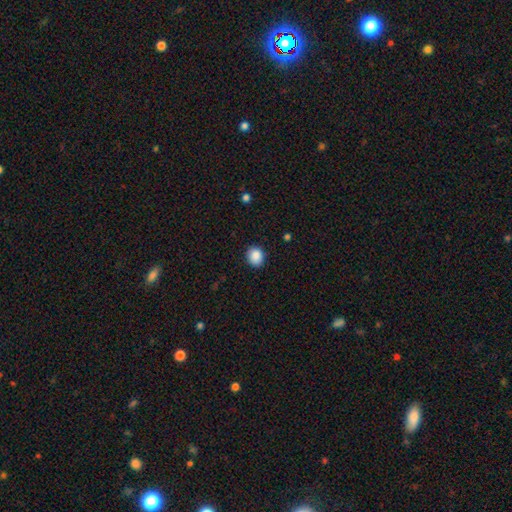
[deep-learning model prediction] Smooth or featured? Predicted: smooth (p=0.88). How rounded? Predicted: round (p=0.66). Merging? Predicted: none (p=0.88).